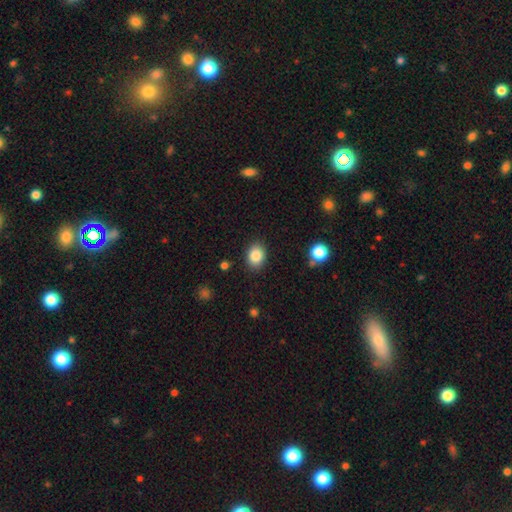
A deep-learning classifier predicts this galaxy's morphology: This is clearly a smooth galaxy (85%). How rounded: likely in between (63%). Merging: clearly none (86%).